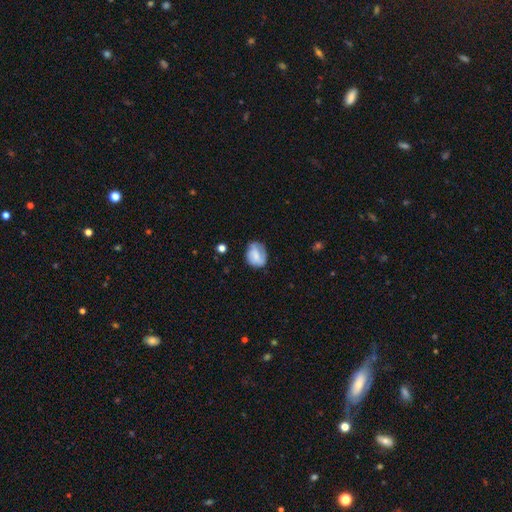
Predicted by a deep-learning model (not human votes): Smooth or featured?
  - smooth: 55% *
  - featured or disk: 37%
  - star or artifact: 8%
How rounded?
  - round: 50% *
  - in between: 49%
  - cigar-shaped: 1%
Merging?
  - none: 61% *
  - minor disturbance: 27%
  - major disturbance: 10%
  - merger: 2%